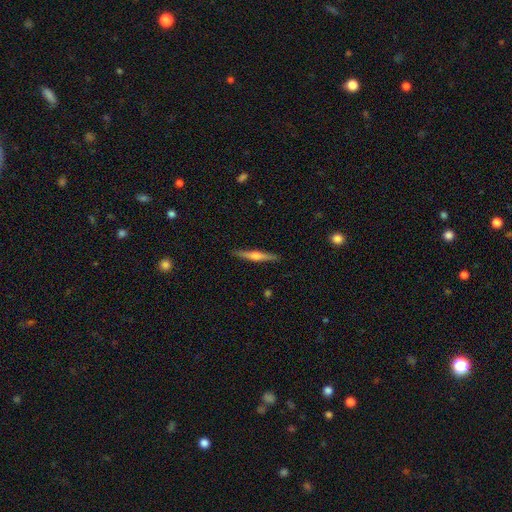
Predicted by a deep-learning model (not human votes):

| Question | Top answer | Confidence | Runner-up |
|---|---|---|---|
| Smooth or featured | featured or disk | 60% | smooth (35%) |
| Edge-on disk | yes | 97% | no (3%) |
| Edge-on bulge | rounded | 83% | none (9%) |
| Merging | none | 90% | minor disturbance (7%) |